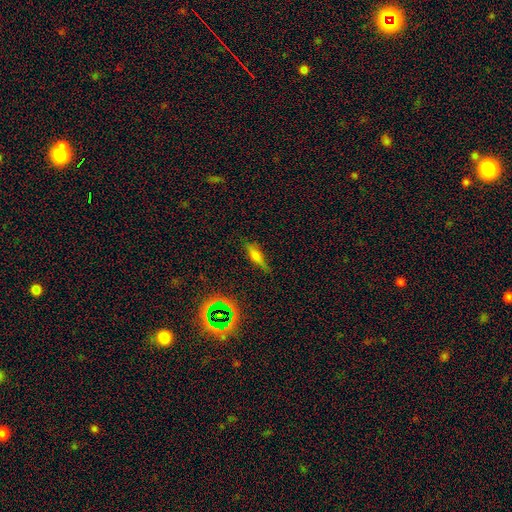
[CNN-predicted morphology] A smooth galaxy with no disk features (59%) that is cigar-shaped (53%). Merging: none (69%).